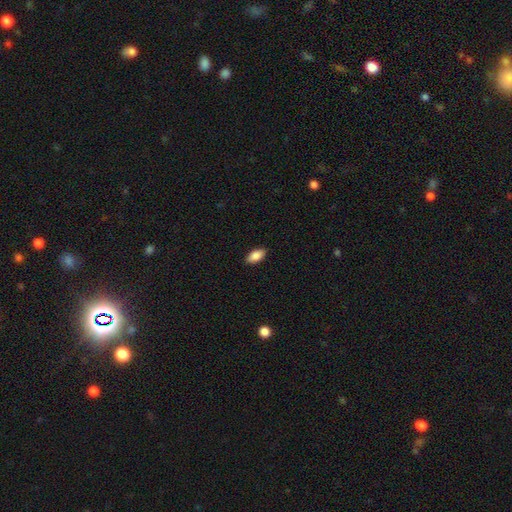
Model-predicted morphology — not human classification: Q: Smooth or featured?
A: smooth (86%); runner-up: featured or disk (7%)
Q: How rounded?
A: in between (91%); runner-up: cigar-shaped (6%)
Q: Merging?
A: none (89%); runner-up: minor disturbance (8%)